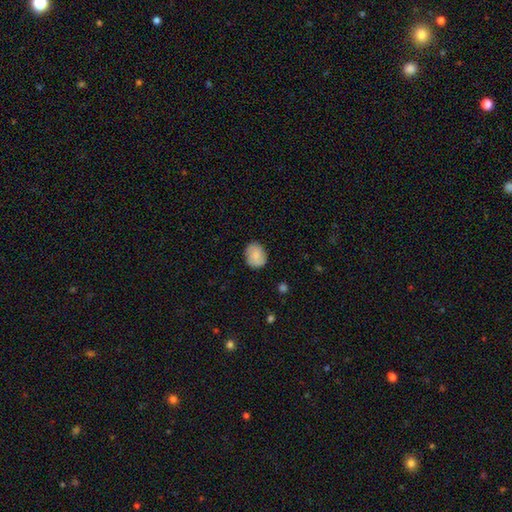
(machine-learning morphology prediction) Smooth or featured? Predicted: smooth (p=0.75). How rounded? Predicted: round (p=0.60). Merging? Predicted: none (p=0.83).